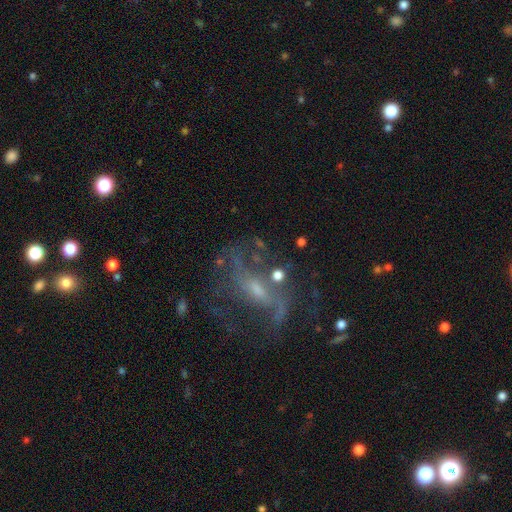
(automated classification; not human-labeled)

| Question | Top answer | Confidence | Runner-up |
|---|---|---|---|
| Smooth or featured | featured or disk | 67% | star or artifact (20%) |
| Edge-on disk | no | 91% | yes (9%) |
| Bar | weak | 40% | no (37%) |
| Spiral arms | yes | 70% | no (30%) |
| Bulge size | small | 59% | moderate (26%) |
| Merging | none | 56% | major disturbance (21%) |